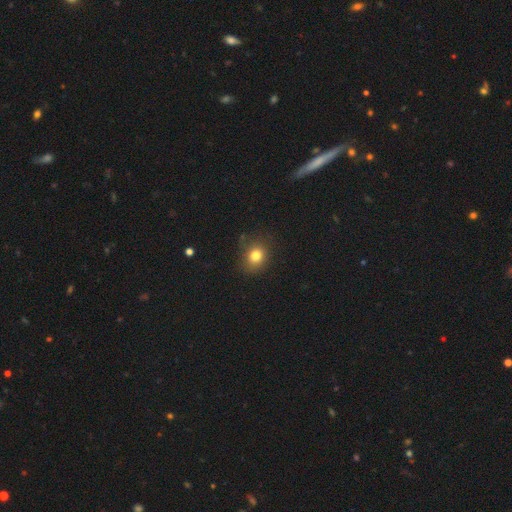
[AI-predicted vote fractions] Q: Smooth or featured?
A: smooth (79%); runner-up: star or artifact (12%)
Q: How rounded?
A: round (63%); runner-up: in between (36%)
Q: Merging?
A: none (74%); runner-up: minor disturbance (19%)